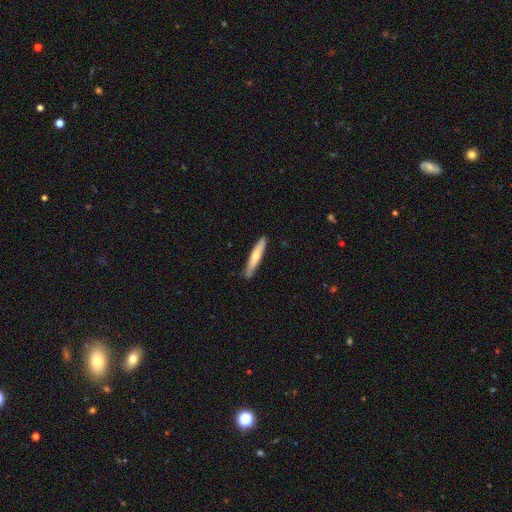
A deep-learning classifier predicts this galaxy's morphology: smooth-or-featured: smooth: 64% | featured or disk: 31% | star or artifact: 5%
  how-rounded: cigar-shaped: 91% | in between: 7% | round: 1%
  merging: none: 86% | minor disturbance: 11% | major disturbance: 2% | merger: 1%